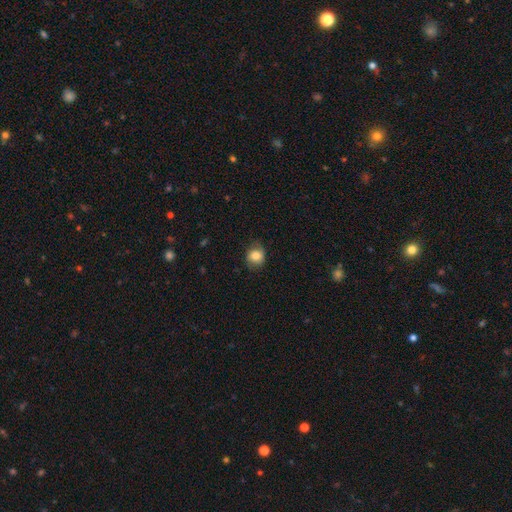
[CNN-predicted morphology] Q: Smooth or featured?
A: smooth (77%); runner-up: featured or disk (14%)
Q: How rounded?
A: round (69%); runner-up: in between (30%)
Q: Merging?
A: none (76%); runner-up: minor disturbance (19%)